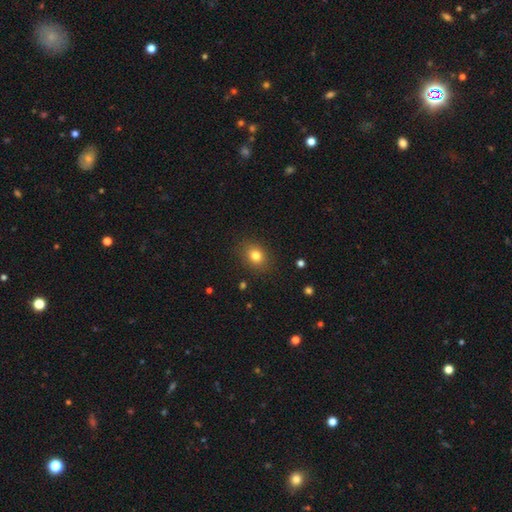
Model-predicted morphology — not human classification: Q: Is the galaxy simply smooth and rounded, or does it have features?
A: smooth — 80%.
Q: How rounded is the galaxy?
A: in between — 51%.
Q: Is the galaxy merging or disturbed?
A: none — 87%.